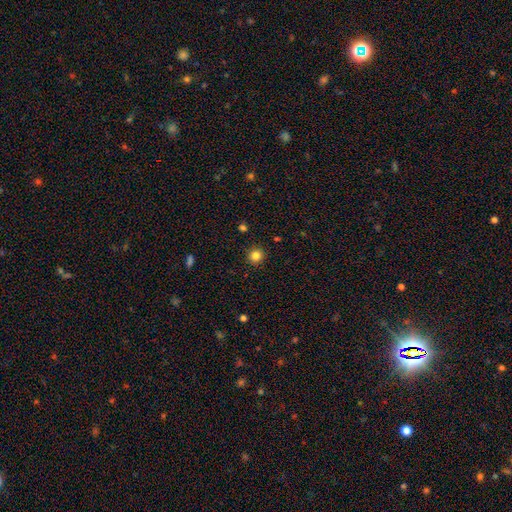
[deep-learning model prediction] Smooth or featured?
  - smooth: 82% *
  - star or artifact: 12%
  - featured or disk: 5%
How rounded?
  - round: 92% *
  - in between: 7%
  - cigar-shaped: 1%
Merging?
  - none: 92% *
  - minor disturbance: 5%
  - major disturbance: 2%
  - merger: 1%